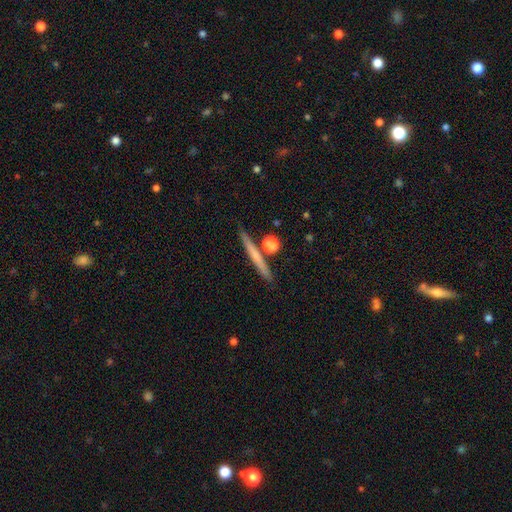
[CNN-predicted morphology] smooth_or_featured: smooth (p=0.55) [alt: featured or disk p=0.38]
how_rounded: cigar-shaped (p=0.92) [alt: round p=0.04]
merging: none (p=0.83) [alt: minor disturbance p=0.08]